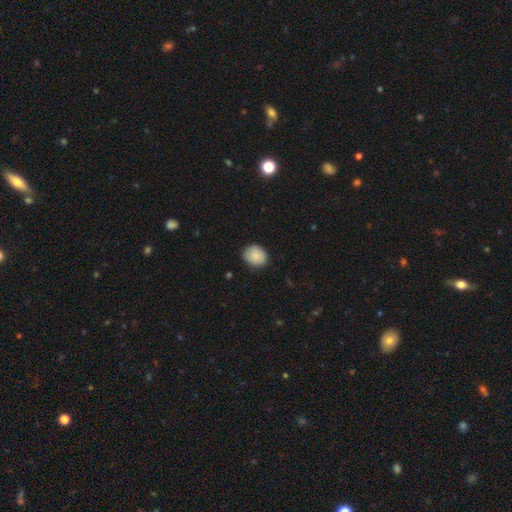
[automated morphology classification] smooth 86%, star or artifact 8%, featured or disk 6%. Down the decision tree: how rounded — round (63%); merging — none (81%).